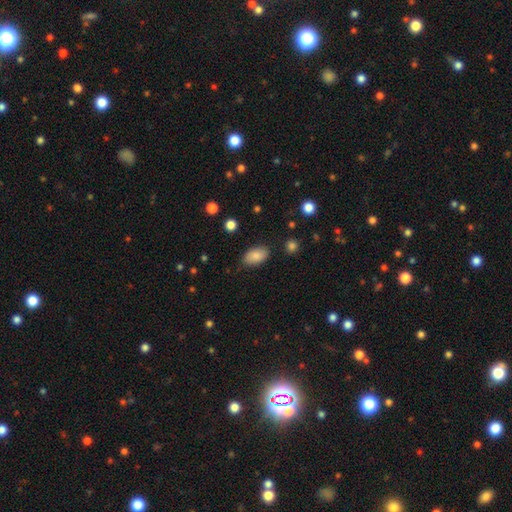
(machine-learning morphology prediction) smooth 85%, featured or disk 8%, star or artifact 8%. Down the decision tree: how rounded — in between (93%); merging — none (83%).